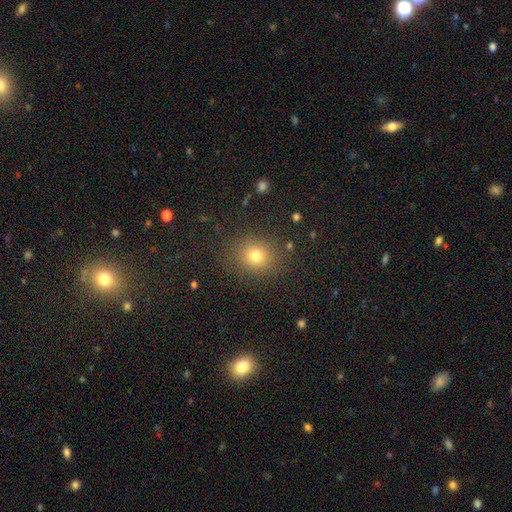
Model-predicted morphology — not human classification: A smooth galaxy with no disk features (76%) that is round (74%). Merging: none (85%).